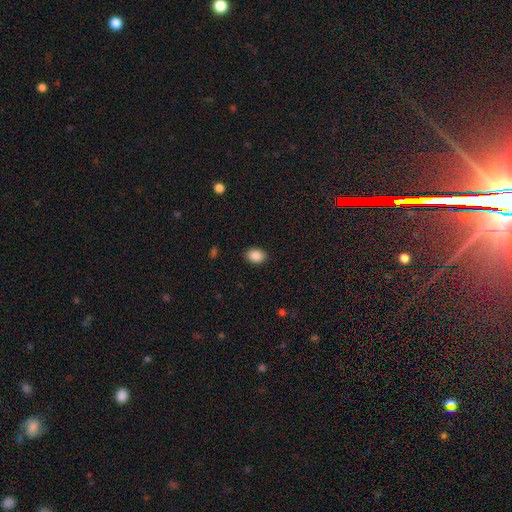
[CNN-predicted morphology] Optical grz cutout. It shows a smooth galaxy with no disk features (88%) that is in between round and cigar-shaped (73%). Merging: none (89%).